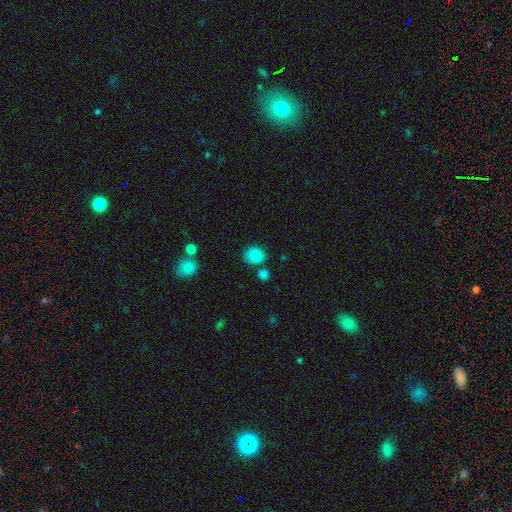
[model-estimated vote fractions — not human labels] smooth-or-featured: smooth: 85% | star or artifact: 9% | featured or disk: 6%
  how-rounded: round: 68% | in between: 31% | cigar-shaped: 1%
  merging: none: 73% | minor disturbance: 14% | merger: 9% | major disturbance: 4%